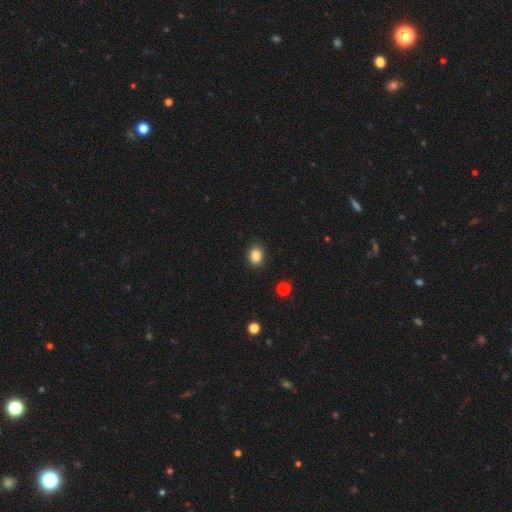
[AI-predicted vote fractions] This is clearly a smooth galaxy (86%). How rounded: possibly in between (55%). Merging: clearly none (86%).